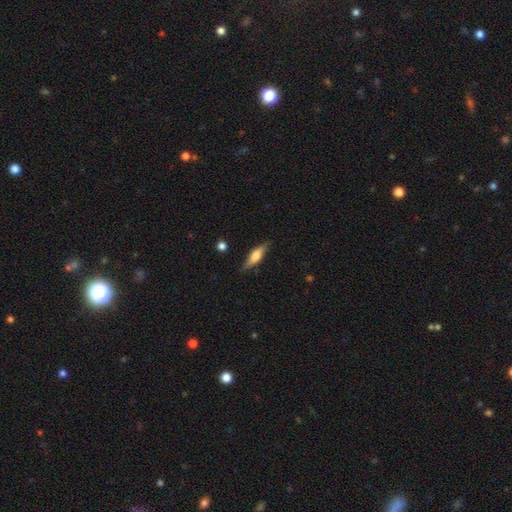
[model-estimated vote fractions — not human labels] smooth_or_featured: smooth (p=0.51) [alt: featured or disk p=0.43]
how_rounded: cigar-shaped (p=0.54) [alt: in between p=0.43]
merging: none (p=0.82) [alt: minor disturbance p=0.13]